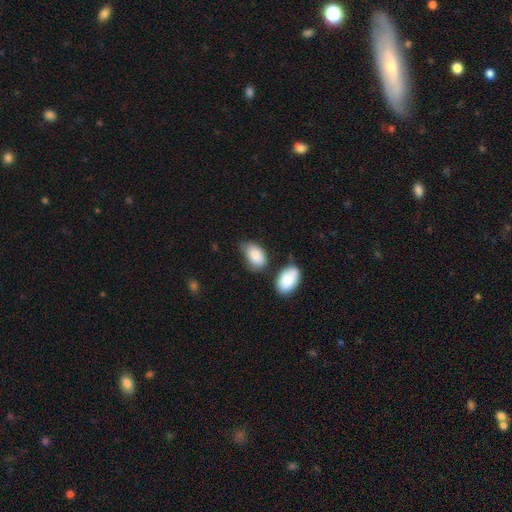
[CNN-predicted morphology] Smooth or featured?
  - smooth: 85% *
  - featured or disk: 8%
  - star or artifact: 7%
How rounded?
  - in between: 91% *
  - round: 7%
  - cigar-shaped: 1%
Merging?
  - none: 44% *
  - minor disturbance: 35%
  - merger: 12%
  - major disturbance: 9%